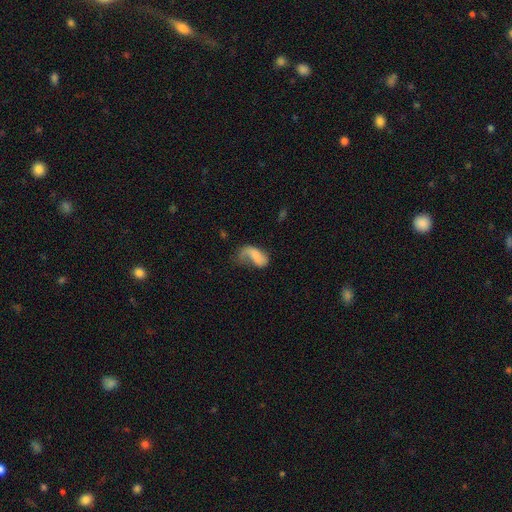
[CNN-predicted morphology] Smooth or featured? smooth (57%)
How rounded? in between (90%)
Merging? major disturbance (46%)